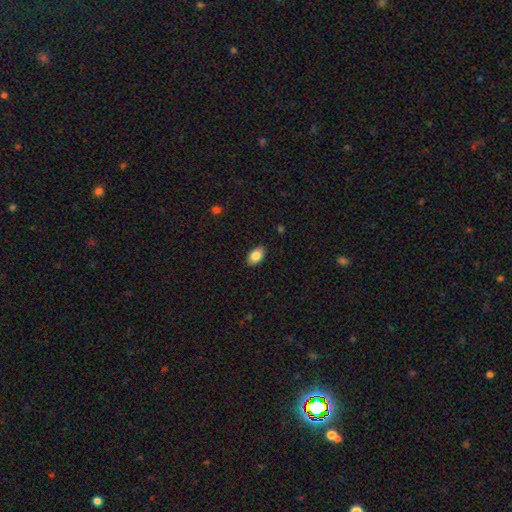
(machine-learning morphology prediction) Smooth or featured?
  - smooth: 86% *
  - star or artifact: 8%
  - featured or disk: 6%
How rounded?
  - in between: 89% *
  - round: 10%
  - cigar-shaped: 1%
Merging?
  - none: 88% *
  - minor disturbance: 9%
  - major disturbance: 2%
  - merger: 1%